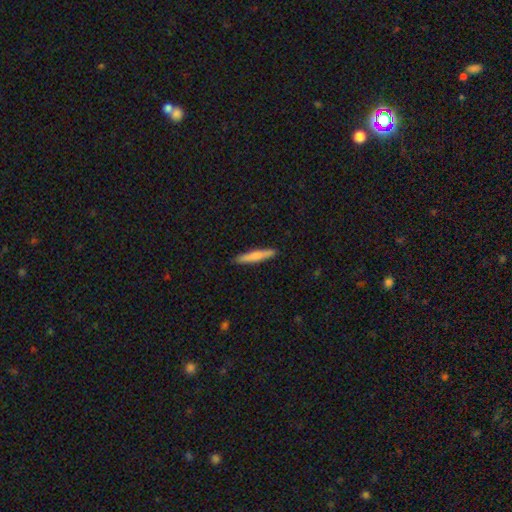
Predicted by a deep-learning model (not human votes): Smooth or featured?
  - smooth: 76% *
  - featured or disk: 19%
  - star or artifact: 5%
How rounded?
  - cigar-shaped: 92% *
  - in between: 6%
  - round: 1%
Merging?
  - none: 90% *
  - minor disturbance: 7%
  - major disturbance: 1%
  - merger: 1%